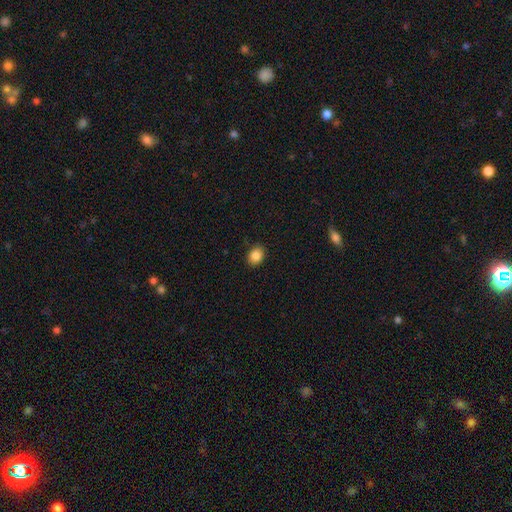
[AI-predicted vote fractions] smooth_or_featured: smooth (p=0.86) [alt: star or artifact p=0.09]
how_rounded: in between (p=0.58) [alt: round p=0.41]
merging: none (p=0.89) [alt: minor disturbance p=0.08]